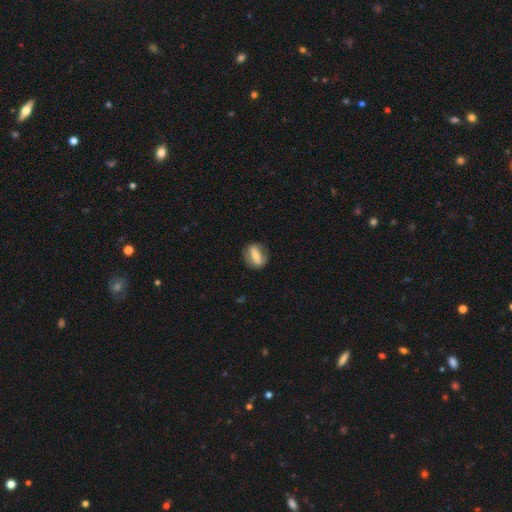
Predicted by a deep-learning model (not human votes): Q: Smooth or featured?
A: smooth (54%); runner-up: featured or disk (38%)
Q: How rounded?
A: in between (60%); runner-up: round (25%)
Q: Merging?
A: none (77%); runner-up: minor disturbance (15%)